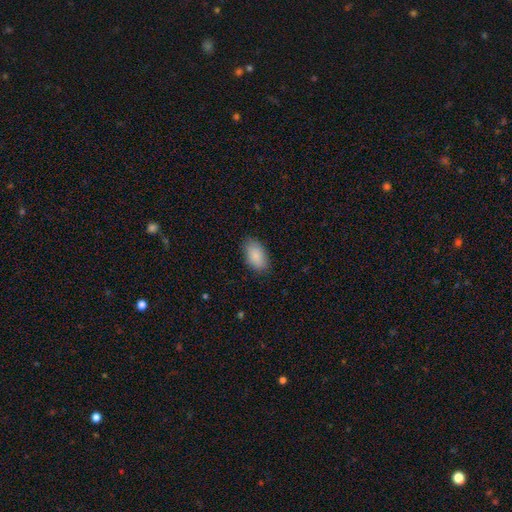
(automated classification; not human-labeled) Smooth or featured?
  - smooth: 89% *
  - star or artifact: 6%
  - featured or disk: 5%
How rounded?
  - in between: 94% *
  - round: 4%
  - cigar-shaped: 2%
Merging?
  - none: 85% *
  - minor disturbance: 12%
  - major disturbance: 3%
  - merger: 1%